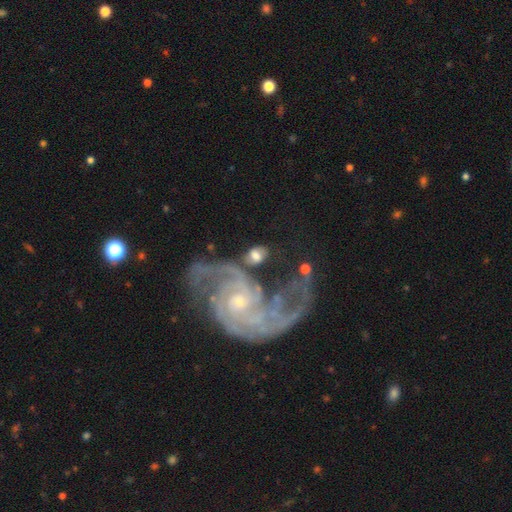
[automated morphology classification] This appears to be a featured or disk galaxy (47%). Merging: none (59%).